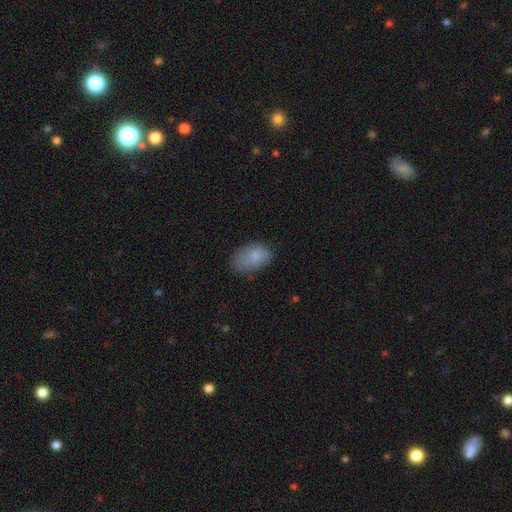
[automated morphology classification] Smooth or featured? Predicted: smooth (p=0.81). How rounded? Predicted: in between (p=0.89). Merging? Predicted: none (p=0.62).